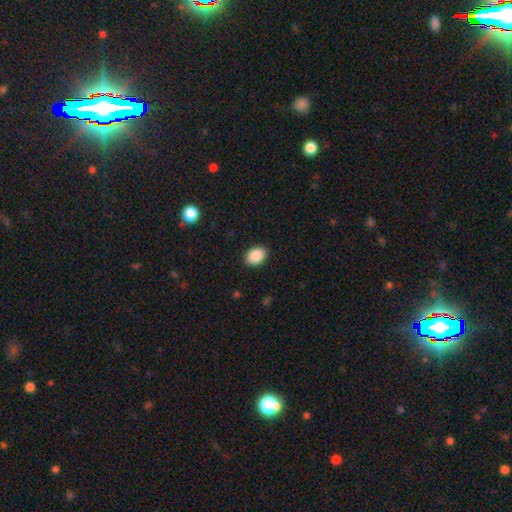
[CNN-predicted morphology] smooth-or-featured: smooth: 89% | star or artifact: 7% | featured or disk: 4%
  how-rounded: in between: 80% | round: 19% | cigar-shaped: 1%
  merging: none: 89% | minor disturbance: 8% | major disturbance: 2% | merger: 1%